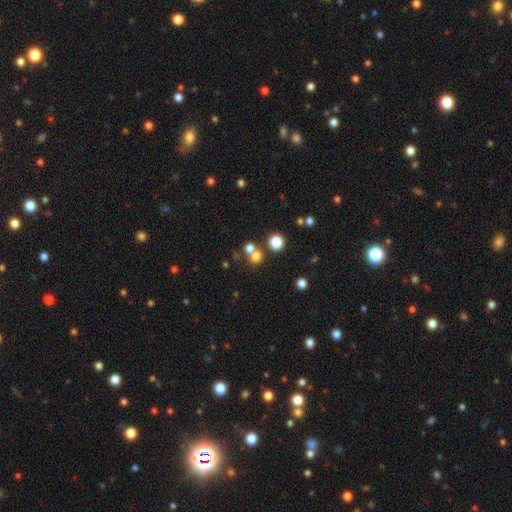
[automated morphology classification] Smooth or featured?
  - smooth: 69% *
  - star or artifact: 21%
  - featured or disk: 10%
How rounded?
  - round: 86% *
  - in between: 13%
  - cigar-shaped: 1%
Merging?
  - none: 55% *
  - merger: 35%
  - minor disturbance: 7%
  - major disturbance: 4%